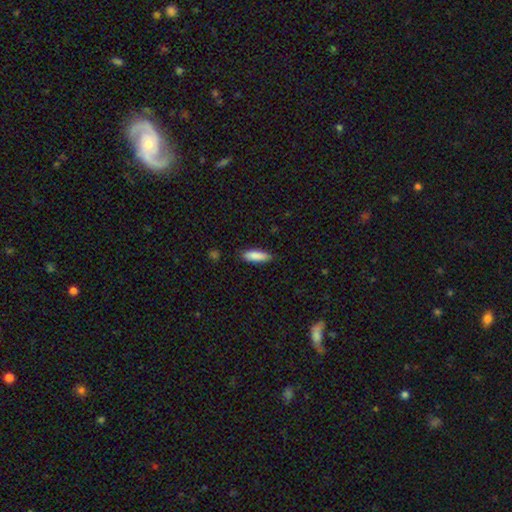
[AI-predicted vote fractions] This is clearly a smooth galaxy (88%). How rounded: possibly in between (57%). Merging: clearly none (84%).